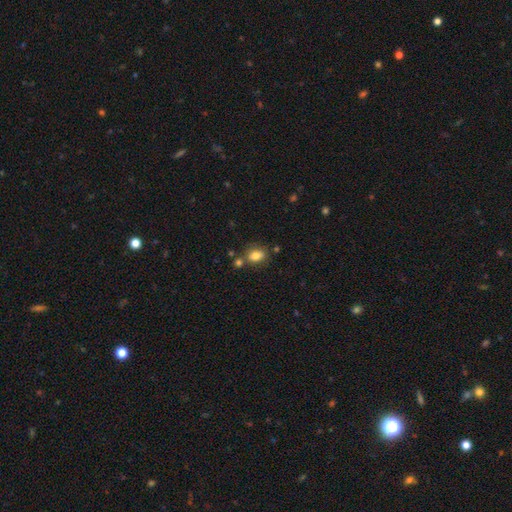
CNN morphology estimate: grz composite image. It shows a smooth galaxy with no disk features (81%) that is in between round and cigar-shaped (67%). Merging: none (66%).